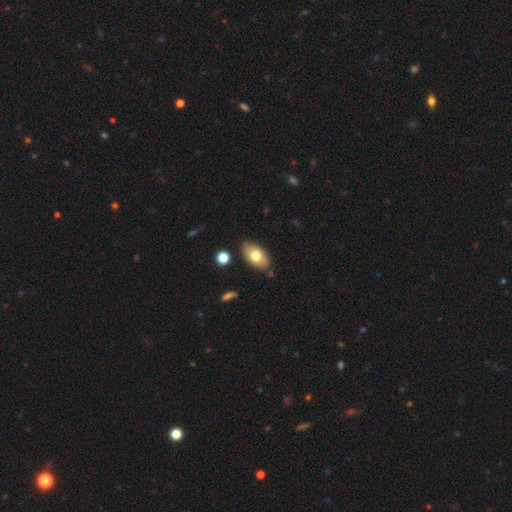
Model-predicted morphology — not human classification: Smooth or featured? Predicted: smooth (p=0.75). How rounded? Predicted: in between (p=0.92). Merging? Predicted: none (p=0.82).